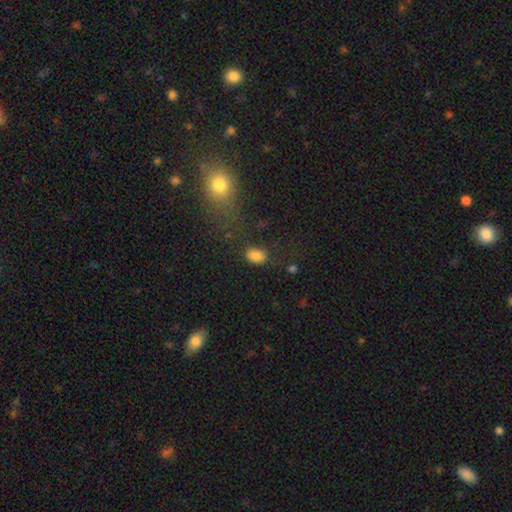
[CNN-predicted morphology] Smooth or featured?
  - smooth: 84% *
  - star or artifact: 11%
  - featured or disk: 5%
How rounded?
  - in between: 84% *
  - round: 15%
  - cigar-shaped: 2%
Merging?
  - none: 74% *
  - minor disturbance: 16%
  - major disturbance: 7%
  - merger: 4%